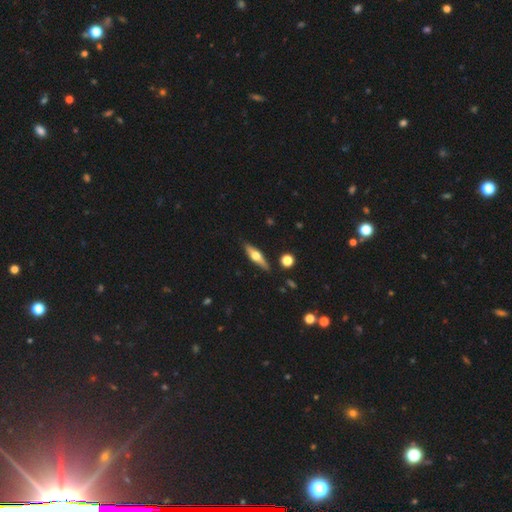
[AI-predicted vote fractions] Smooth or featured? Predicted: featured or disk (p=0.58). Edge-on disk? Predicted: yes (p=0.93). Edge-on bulge? Predicted: rounded (p=0.95). Merging? Predicted: none (p=0.87).